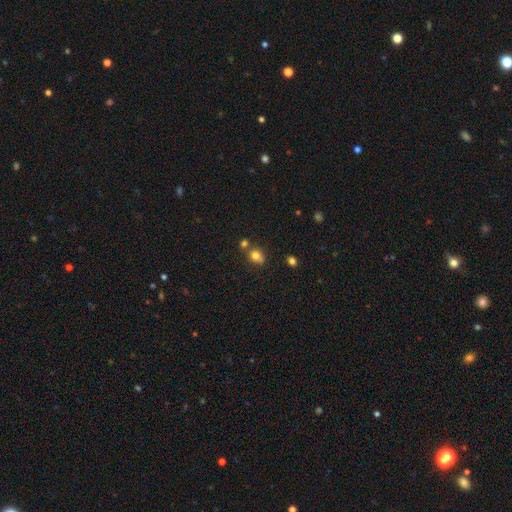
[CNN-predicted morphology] type=smooth (77%); roundness=round (63%); merging=none (56%).